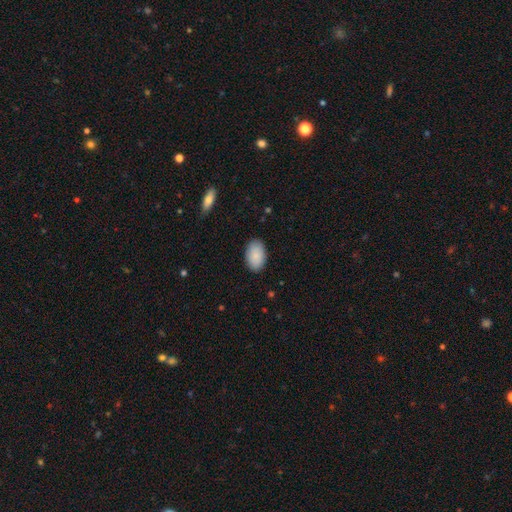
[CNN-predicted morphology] smooth 89%, star or artifact 6%, featured or disk 5%. Down the decision tree: how rounded — in between (93%); merging — none (88%).